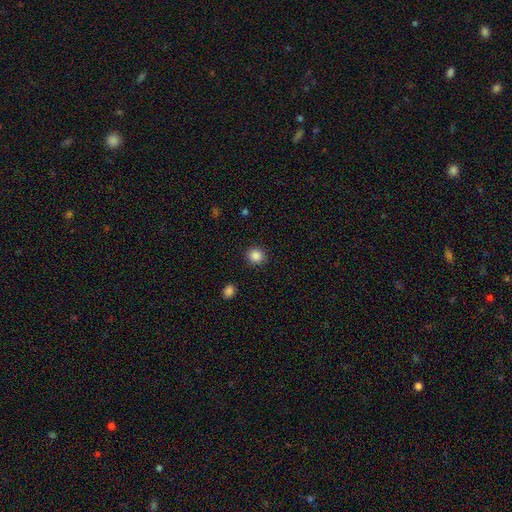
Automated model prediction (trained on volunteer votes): The model was most divided on "how rounded": round: 88%, in between: 12%, cigar-shaped: 1%. More confident: merging — none (91%); smooth or featured — smooth (87%).